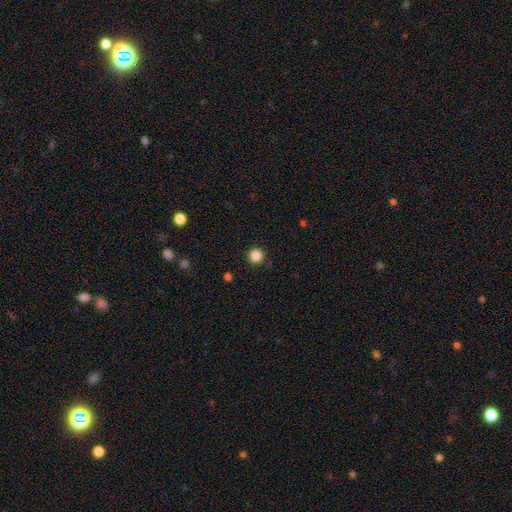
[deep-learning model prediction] Smooth or featured?
  - smooth: 86% *
  - star or artifact: 11%
  - featured or disk: 3%
How rounded?
  - round: 96% *
  - in between: 3%
  - cigar-shaped: 1%
Merging?
  - none: 92% *
  - minor disturbance: 5%
  - major disturbance: 2%
  - merger: 1%